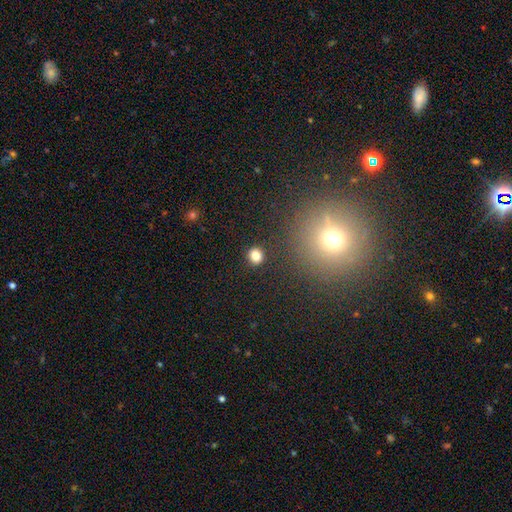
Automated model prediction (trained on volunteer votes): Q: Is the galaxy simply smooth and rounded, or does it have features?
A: smooth — 82%.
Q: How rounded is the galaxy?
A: round — 84%.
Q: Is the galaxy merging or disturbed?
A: none — 90%.